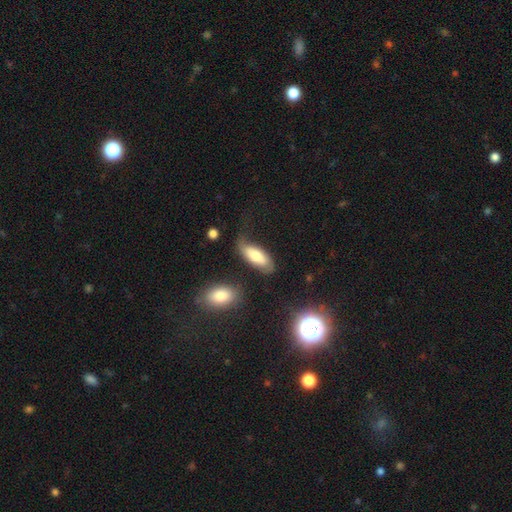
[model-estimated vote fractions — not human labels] Smooth or featured: smooth — 68% (featured or disk — 25%)
How rounded: in between — 80% (cigar-shaped — 18%)
Merging: none — 49% (minor disturbance — 29%)